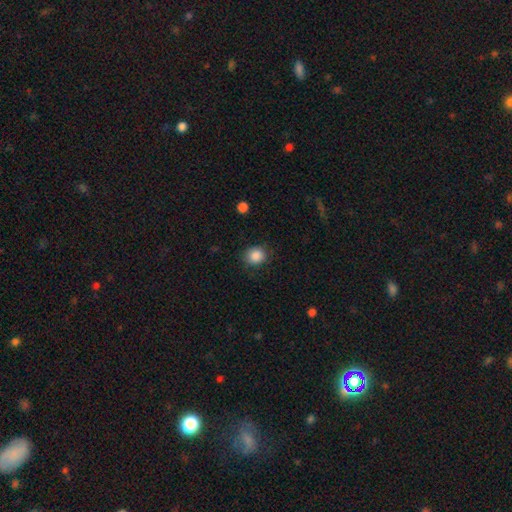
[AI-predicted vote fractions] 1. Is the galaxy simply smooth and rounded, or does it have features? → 87% smooth, 9% star or artifact, 4% featured or disk.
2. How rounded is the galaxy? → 77% round, 22% in between, 1% cigar-shaped.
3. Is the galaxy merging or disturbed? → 83% none, 12% minor disturbance, 4% major disturbance, 1% merger.